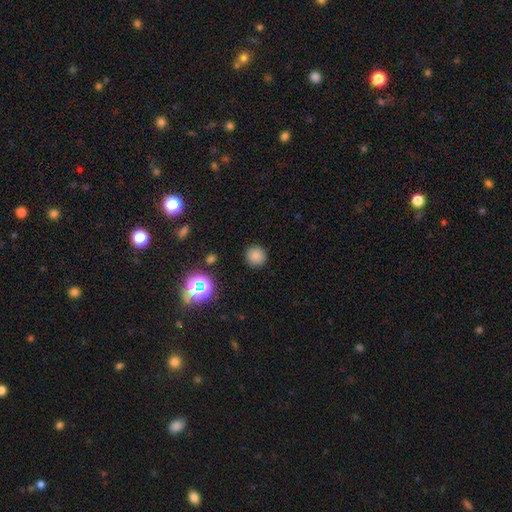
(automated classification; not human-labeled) smooth-or-featured: smooth: 80% | star or artifact: 15% | featured or disk: 5%
  how-rounded: round: 93% | in between: 6% | cigar-shaped: 1%
  merging: none: 90% | minor disturbance: 6% | major disturbance: 2% | merger: 1%